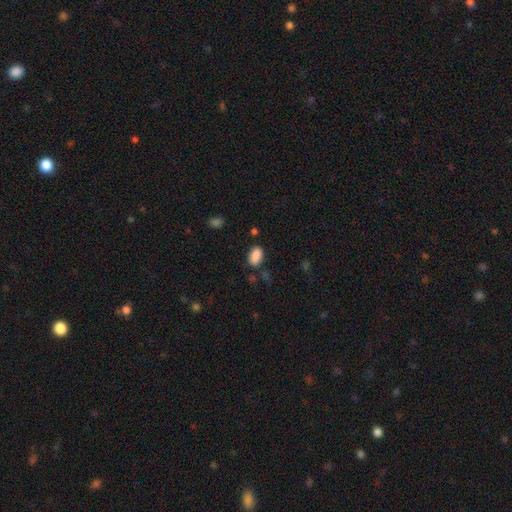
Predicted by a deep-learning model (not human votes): Smooth or featured? smooth (88%)
How rounded? in between (92%)
Merging? none (78%)